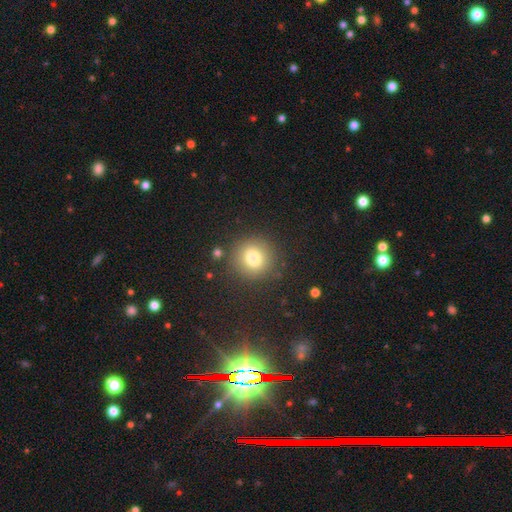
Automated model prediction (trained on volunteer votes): smooth_or_featured: smooth (p=0.75) [alt: star or artifact p=0.16]
how_rounded: round (p=0.91) [alt: in between p=0.08]
merging: none (p=0.88) [alt: minor disturbance p=0.07]